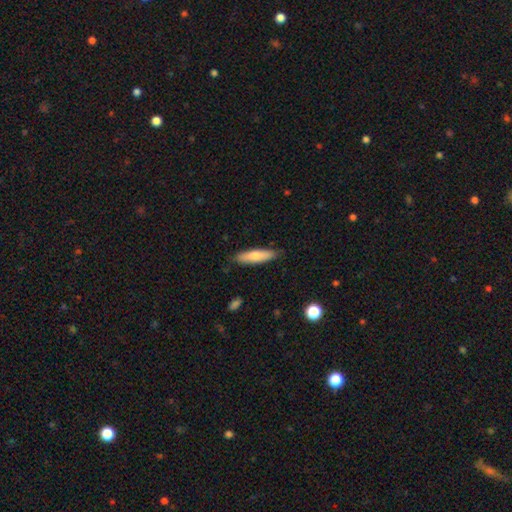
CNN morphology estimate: smooth-or-featured: smooth: 73% | featured or disk: 21% | star or artifact: 6%
  how-rounded: cigar-shaped: 74% | in between: 25% | round: 1%
  merging: none: 84% | minor disturbance: 12% | major disturbance: 2% | merger: 1%